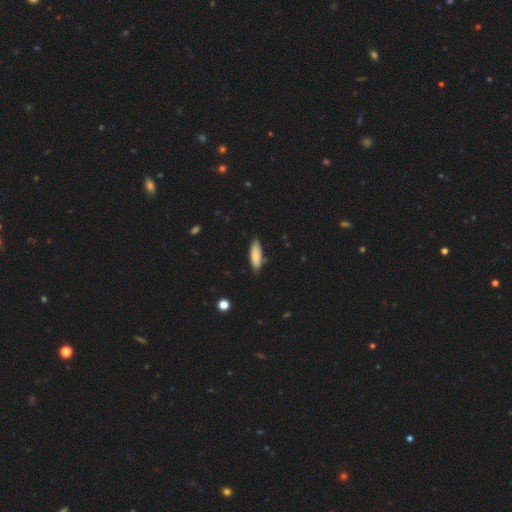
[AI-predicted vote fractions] Smooth or featured? Predicted: smooth (p=0.83). How rounded? Predicted: in between (p=0.56). Merging? Predicted: none (p=0.82).